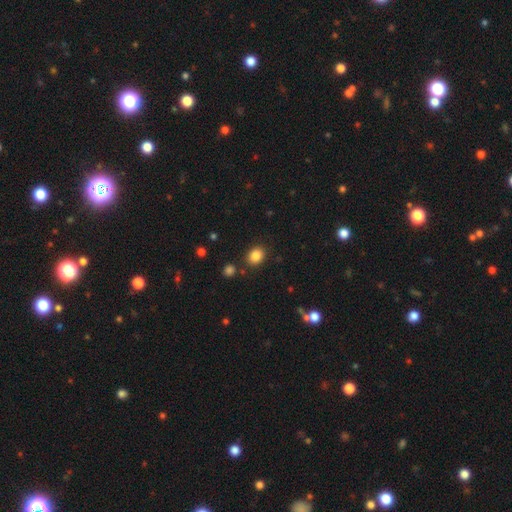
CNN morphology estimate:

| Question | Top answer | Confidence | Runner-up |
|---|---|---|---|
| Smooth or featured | smooth | 85% | star or artifact (10%) |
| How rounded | round | 51% | in between (48%) |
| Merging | none | 84% | minor disturbance (9%) |